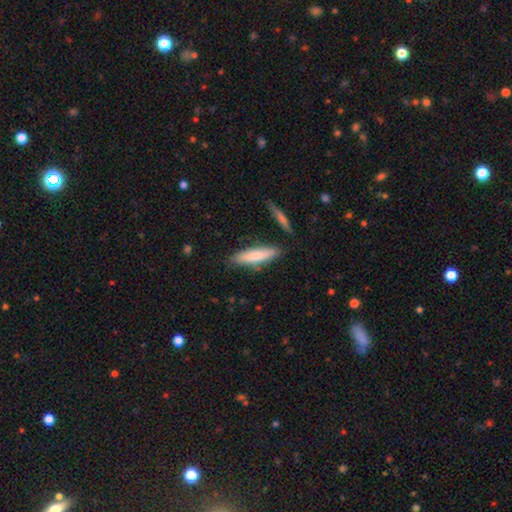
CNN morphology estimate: Overall: smooth (70%). How rounded: cigar-shaped (70%). Merging: none (79%).